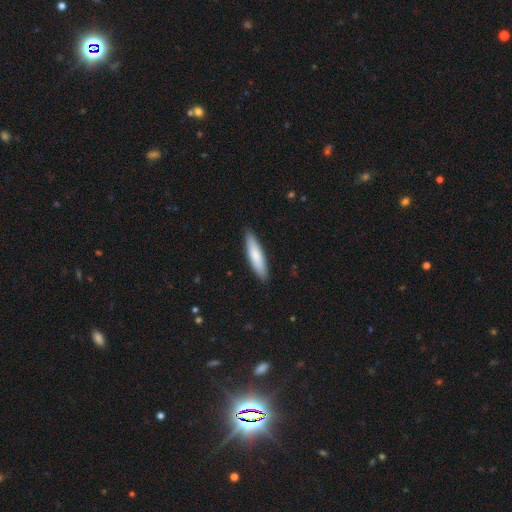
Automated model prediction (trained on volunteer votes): Morphology: type=smooth (80%); roundness=cigar-shaped (77%); merging=none (89%).